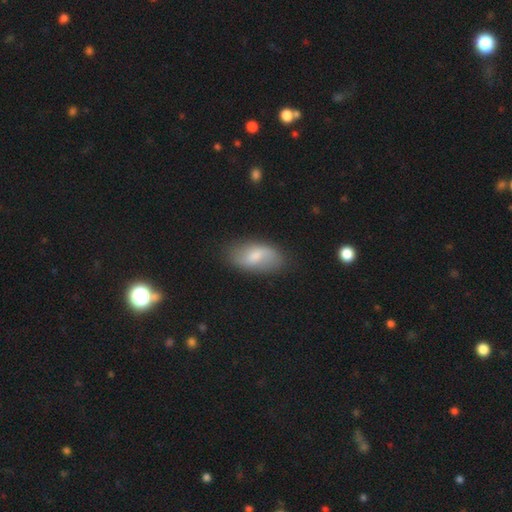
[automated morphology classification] smooth-or-featured: smooth: 59% | featured or disk: 34% | star or artifact: 7%
  how-rounded: in between: 92% | cigar-shaped: 4% | round: 4%
  merging: none: 78% | minor disturbance: 16% | major disturbance: 4% | merger: 2%